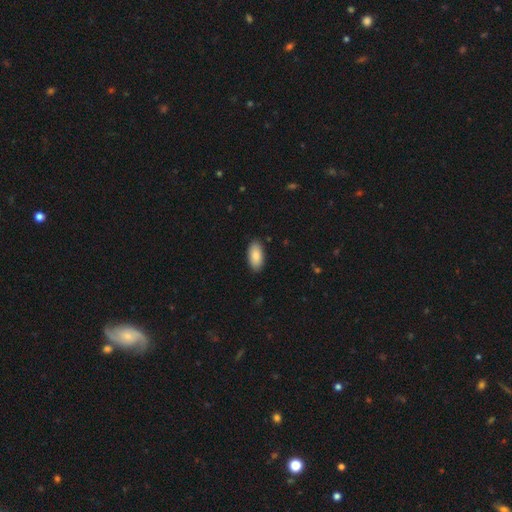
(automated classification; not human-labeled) Overall: smooth (87%). How rounded: in between (93%). Merging: none (88%).